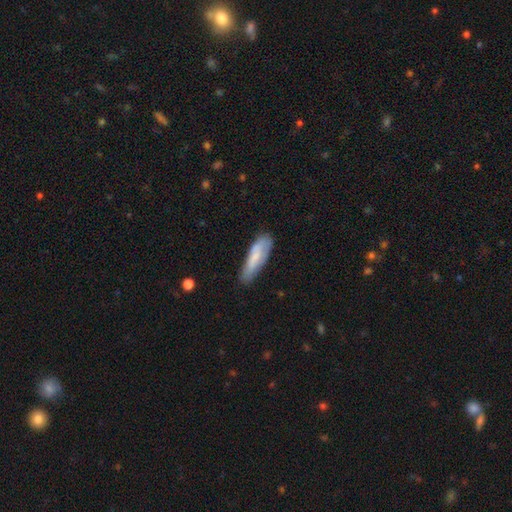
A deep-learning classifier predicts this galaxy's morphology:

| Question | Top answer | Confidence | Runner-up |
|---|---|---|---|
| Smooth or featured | smooth | 68% | featured or disk (25%) |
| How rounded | cigar-shaped | 56% | in between (43%) |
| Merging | none | 68% | minor disturbance (24%) |